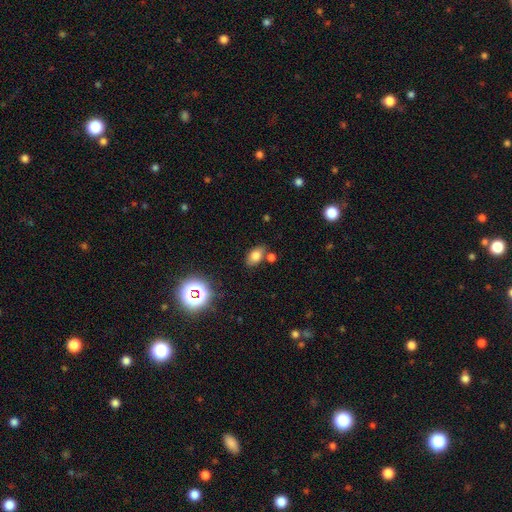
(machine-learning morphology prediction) smooth 76%, star or artifact 14%, featured or disk 10%. Down the decision tree: how rounded — in between (87%); merging — none (71%).